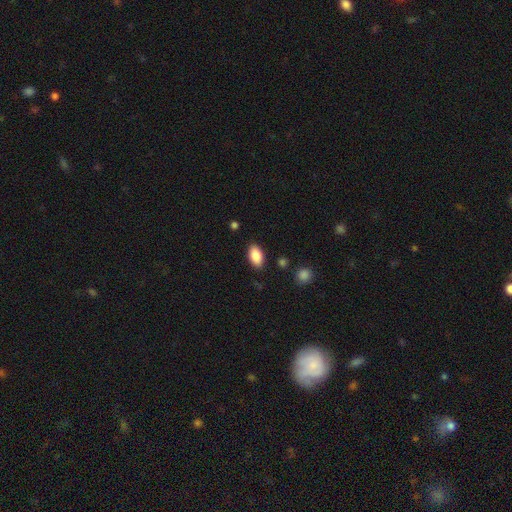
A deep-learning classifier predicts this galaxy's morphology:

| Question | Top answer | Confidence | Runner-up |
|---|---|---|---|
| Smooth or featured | smooth | 87% | star or artifact (7%) |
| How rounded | in between | 93% | round (4%) |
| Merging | none | 87% | minor disturbance (10%) |